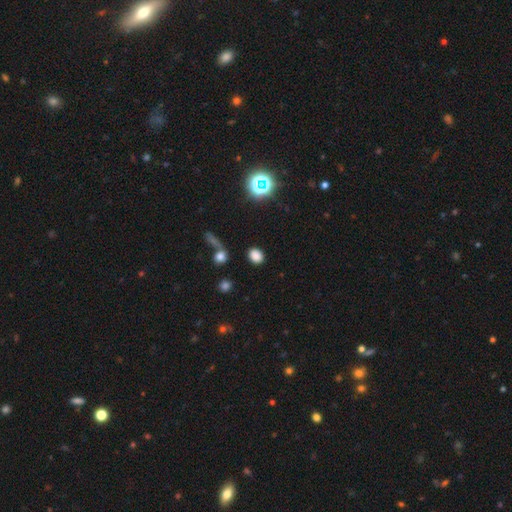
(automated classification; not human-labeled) Smooth or featured? Predicted: smooth (p=0.79). How rounded? Predicted: in between (p=0.54). Merging? Predicted: none (p=0.84).